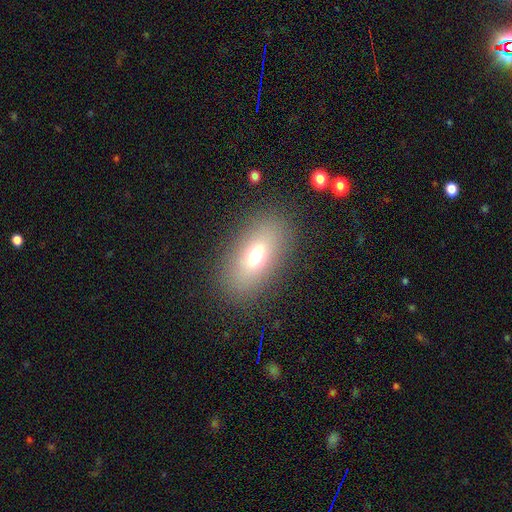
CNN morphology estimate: Smooth or featured: smooth — 71% (featured or disk — 19%)
How rounded: in between — 86% (cigar-shaped — 8%)
Merging: none — 85% (minor disturbance — 9%)